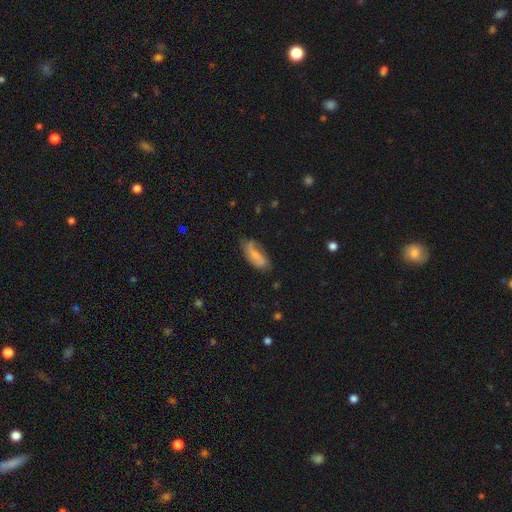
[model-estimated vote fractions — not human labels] This appears to be a smooth galaxy with no disk features (56%) that is in between round and cigar-shaped (77%). Merging: none (59%).